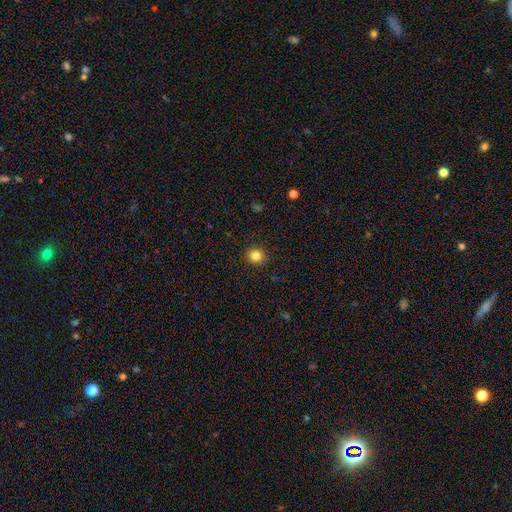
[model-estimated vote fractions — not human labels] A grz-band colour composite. It shows a smooth galaxy with no disk features (83%) that is round (80%). Merging: none (91%).